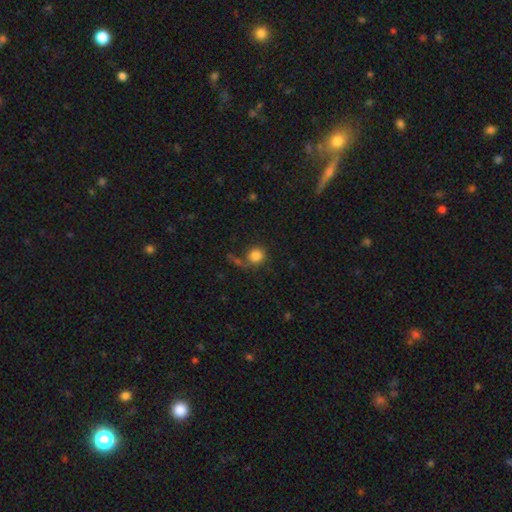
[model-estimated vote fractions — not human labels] Smooth or featured? smooth (83%)
How rounded? round (88%)
Merging? none (57%)